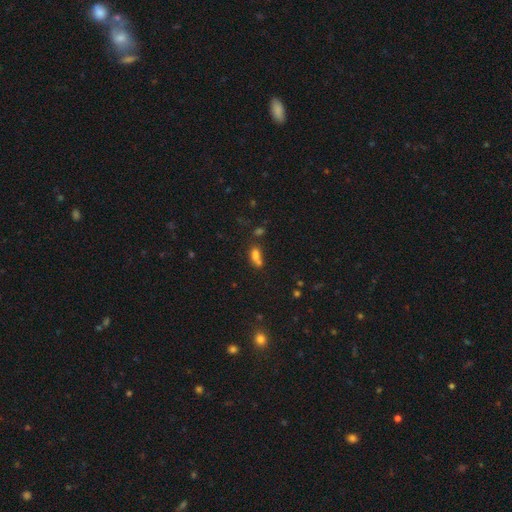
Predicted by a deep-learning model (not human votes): This is likely a smooth galaxy (70%). How rounded: likely in between (72%). Merging: possibly merger (50%).